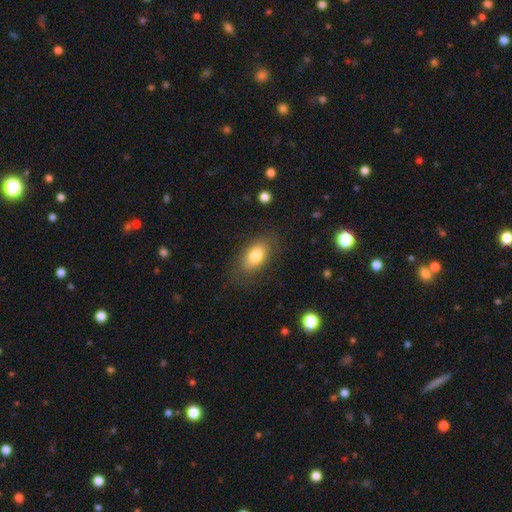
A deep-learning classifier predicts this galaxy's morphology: Smooth or featured: smooth — 78% (featured or disk — 14%)
How rounded: in between — 89% (round — 7%)
Merging: none — 78% (minor disturbance — 15%)